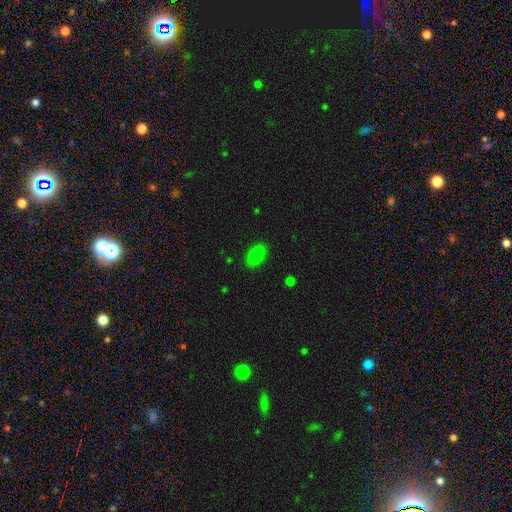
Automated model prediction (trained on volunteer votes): Smooth or featured?
  - smooth: 80% *
  - star or artifact: 11%
  - featured or disk: 9%
How rounded?
  - in between: 83% *
  - round: 15%
  - cigar-shaped: 2%
Merging?
  - none: 86% *
  - minor disturbance: 10%
  - major disturbance: 2%
  - merger: 1%